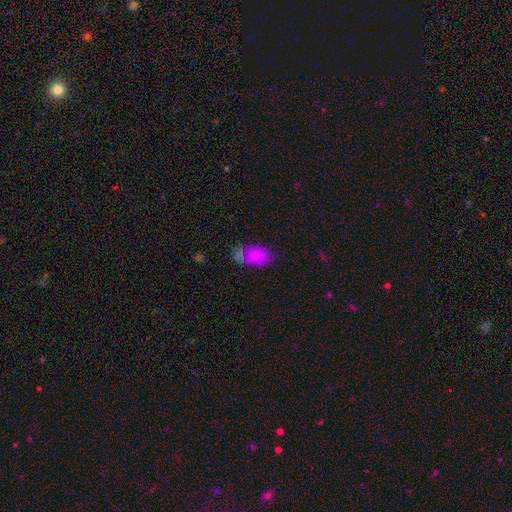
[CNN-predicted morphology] This is likely a smooth galaxy (78%). How rounded: clearly in between (92%). Merging: possibly none (53%).